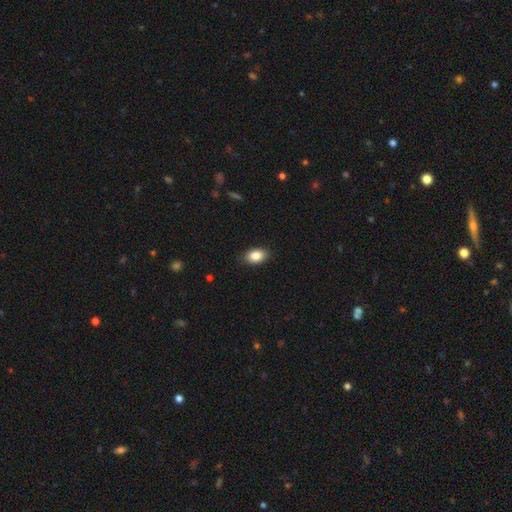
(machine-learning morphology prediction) The model was most divided on "how rounded": in between: 87%, round: 11%, cigar-shaped: 1%. More confident: merging — none (87%); smooth or featured — smooth (86%).